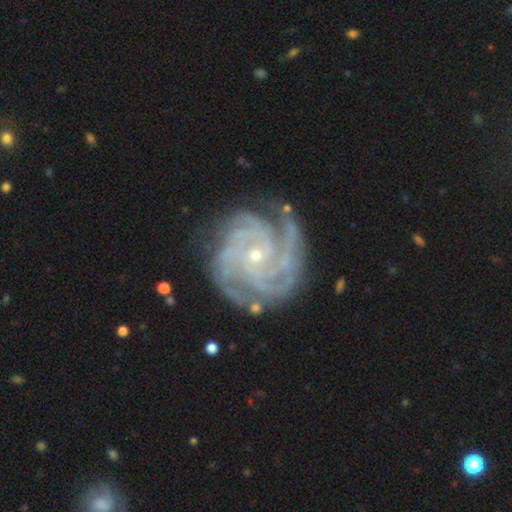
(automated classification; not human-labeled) smooth-or-featured: featured or disk: 92% | star or artifact: 5% | smooth: 3%
  disk-edge-on: no: 98% | yes: 2%
    bar: no: 72% | weak: 20% | strong: 7%
    has-spiral-arms: yes: 99% | no: 1%
      spiral-winding: tight: 74% | medium: 23% | loose: 3%
      spiral-arm-count: 4: 38% | 3: 20% | more than 4: 16% | can't tell: 11% | 2: 8% | 1: 7%
    bulge-size: small: 76% | moderate: 21% | none: 1% | large: 1% | dominant: 1%
  merging: none: 76% | minor disturbance: 17% | major disturbance: 6% | merger: 2%